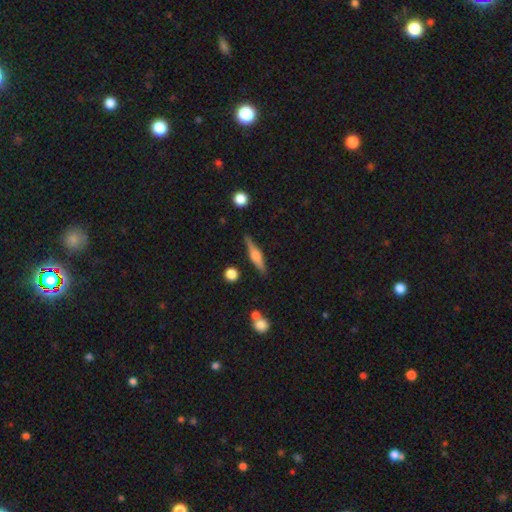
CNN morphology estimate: A featured or disk galaxy (58%) viewed edge-on (95%) with a rounded central bulge (82%).

Vote fractions:
- Smooth or featured? featured or disk: 58% / smooth: 35% / star or artifact: 7%
- Edge-on disk? yes: 95% / no: 5%
- Edge-on bulge? rounded: 82% / boxy: 13% / none: 6%
- Merging? none: 84% / minor disturbance: 11% / merger: 3% / major disturbance: 2%